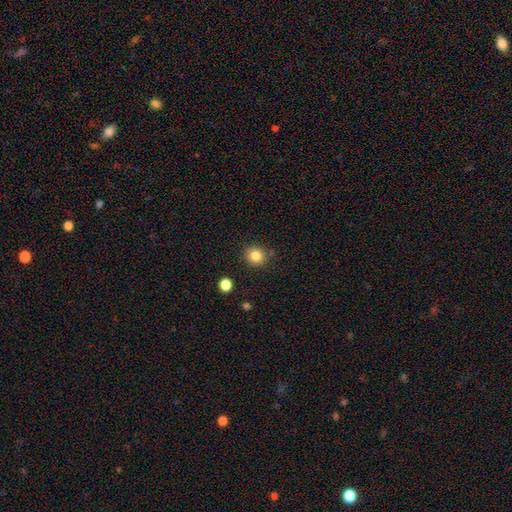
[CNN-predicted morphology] Overall: smooth (84%). How rounded: round (85%). Merging: none (85%).